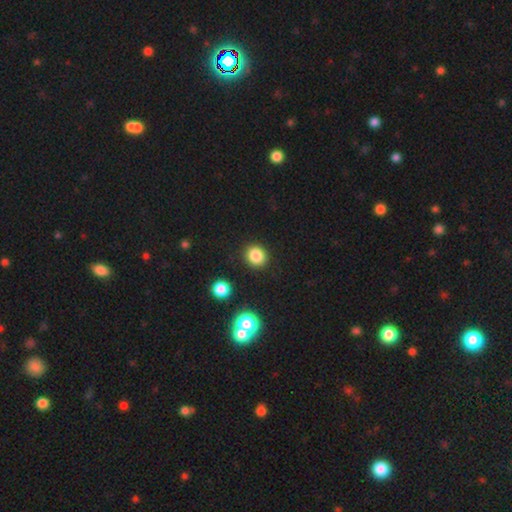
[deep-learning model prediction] Q: Smooth or featured?
A: smooth (83%); runner-up: star or artifact (13%)
Q: How rounded?
A: round (82%); runner-up: in between (17%)
Q: Merging?
A: none (90%); runner-up: minor disturbance (6%)